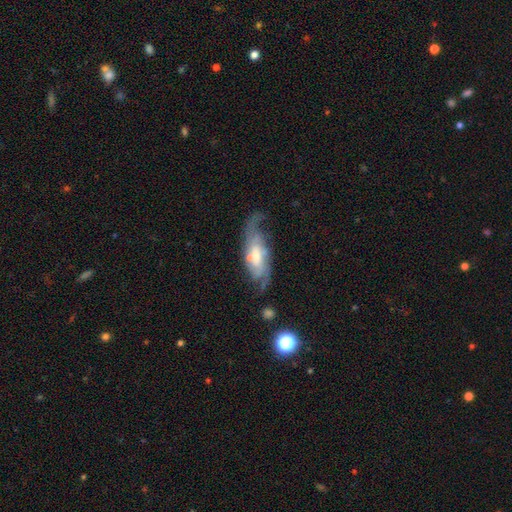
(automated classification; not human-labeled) smooth_or_featured: featured or disk (p=0.78) [alt: smooth p=0.15]
disk_edge_on: no (p=0.89) [alt: yes p=0.11]
bar: weak (p=0.44) [alt: no p=0.41]
has_spiral_arms: yes (p=0.92) [alt: no p=0.08]
spiral_winding: medium (p=0.43) [alt: loose p=0.32]
spiral_arm_count: 2 (p=0.56) [alt: can't tell p=0.22]
bulge_size: moderate (p=0.39) [alt: small p=0.36]
merging: none (p=0.52) [alt: minor disturbance p=0.23]